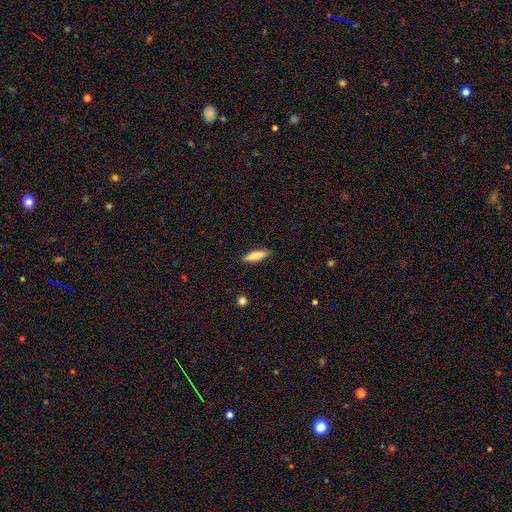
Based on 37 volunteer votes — Overall: smooth (76%). How rounded: cigar-shaped (68%; in between 29%). Merging: none (89%).